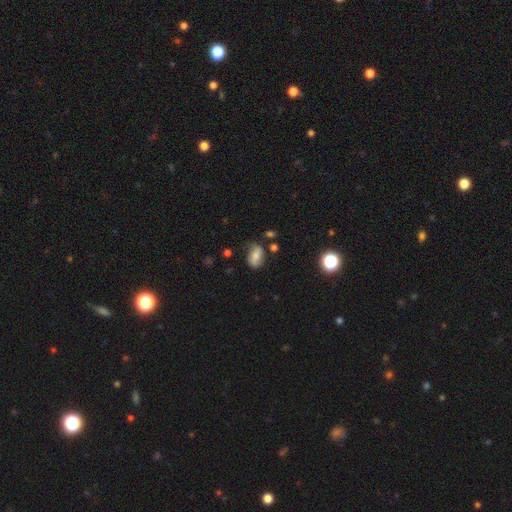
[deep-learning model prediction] Overall: smooth (58%; featured or disk 31%). How rounded: in between (81%). Merging: none (61%; minor disturbance 27%).